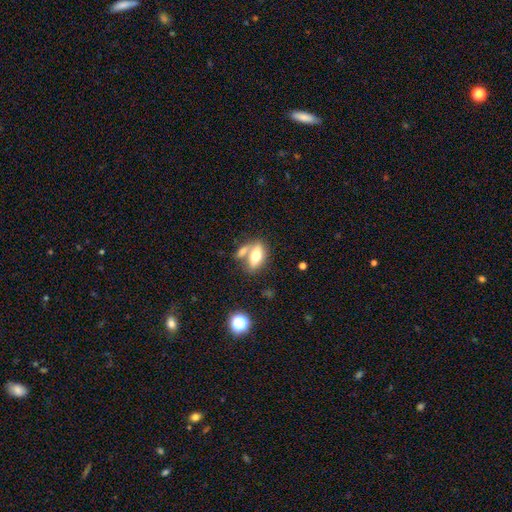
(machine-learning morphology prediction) The model was most divided on "merging": none: 45%, merger: 37%, minor disturbance: 12%, major disturbance: 5%. More confident: how rounded — in between (84%); smooth or featured — smooth (67%).